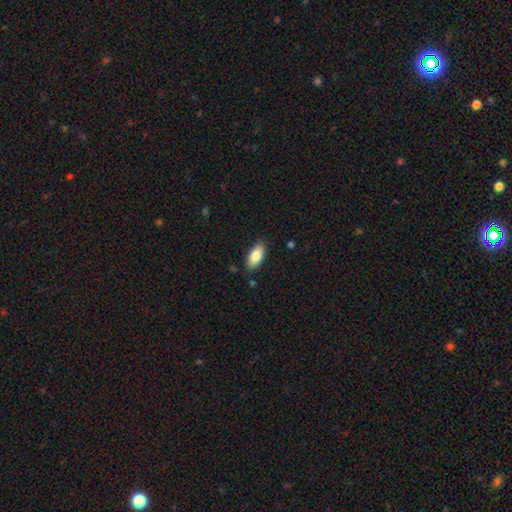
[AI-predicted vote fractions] A smooth galaxy with no disk features (84%) that is in between round and cigar-shaped (90%).

Vote fractions:
- Smooth or featured? smooth: 84% / featured or disk: 10% / star or artifact: 6%
- How rounded? in between: 90% / cigar-shaped: 8% / round: 2%
- Merging? none: 85% / minor disturbance: 11% / major disturbance: 2% / merger: 1%